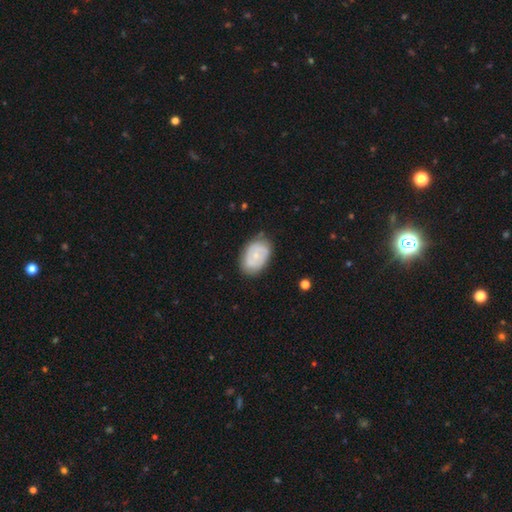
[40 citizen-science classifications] smooth_or_featured: featured or disk (p=0.57) [alt: smooth p=0.42]
disk_edge_on: no (p=0.96) [alt: yes p=0.04]
bar: no (p=0.86) [alt: weak p=0.09]
has_spiral_arms: yes (p=0.59) [alt: no p=0.41]
spiral_winding: tight (p=0.69) [alt: medium p=0.31]
spiral_arm_count: can't tell (p=0.46) [alt: 2 p=0.38]
bulge_size: small (p=0.64) [alt: moderate p=0.27]
merging: none (p=0.60) [alt: minor disturbance p=0.33]